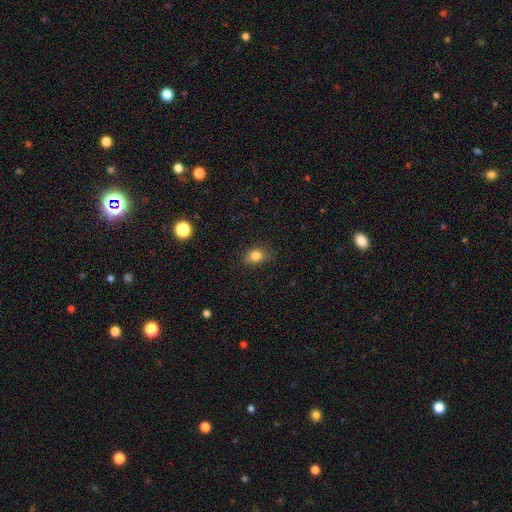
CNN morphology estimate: This is clearly a smooth galaxy (82%). How rounded: possibly in between (55%). Merging: likely none (78%).